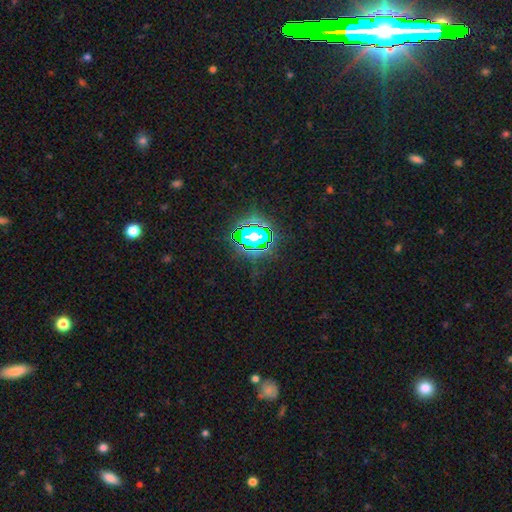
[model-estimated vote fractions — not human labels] This is likely a star or artifact rather than a galaxy (76%).